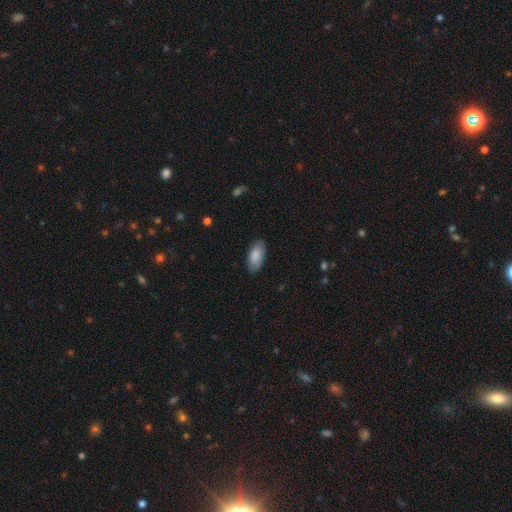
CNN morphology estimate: smooth-or-featured: smooth: 87% | featured or disk: 7% | star or artifact: 6%
  how-rounded: in between: 92% | cigar-shaped: 6% | round: 2%
  merging: none: 86% | minor disturbance: 11% | major disturbance: 2% | merger: 1%